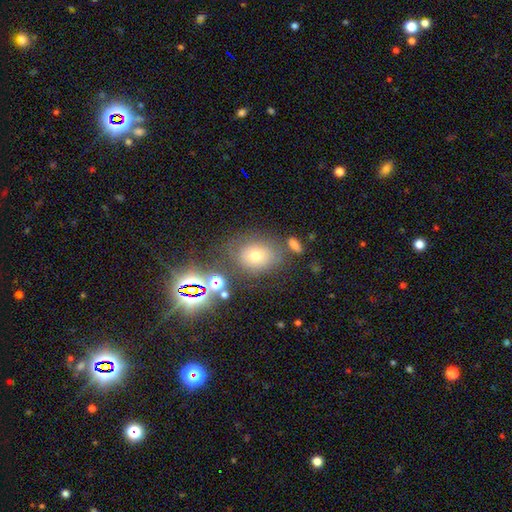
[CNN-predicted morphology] Smooth or featured?
  - smooth: 58% *
  - star or artifact: 25%
  - featured or disk: 16%
How rounded?
  - round: 56% *
  - in between: 42%
  - cigar-shaped: 1%
Merging?
  - none: 69% *
  - minor disturbance: 14%
  - merger: 10%
  - major disturbance: 7%